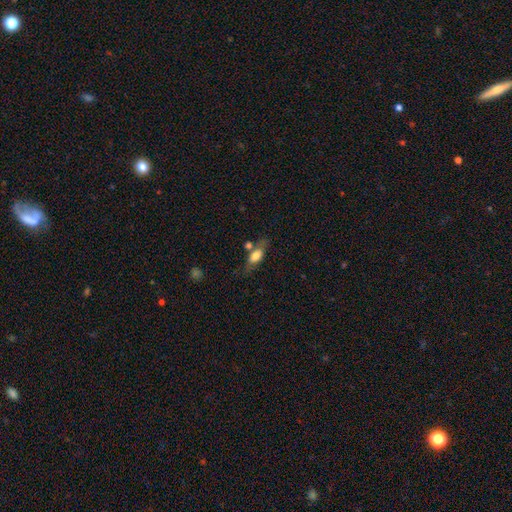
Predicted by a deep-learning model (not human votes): This appears to be a smooth galaxy with no disk features (68%) that is in between round and cigar-shaped (78%). Merging: none (56%).